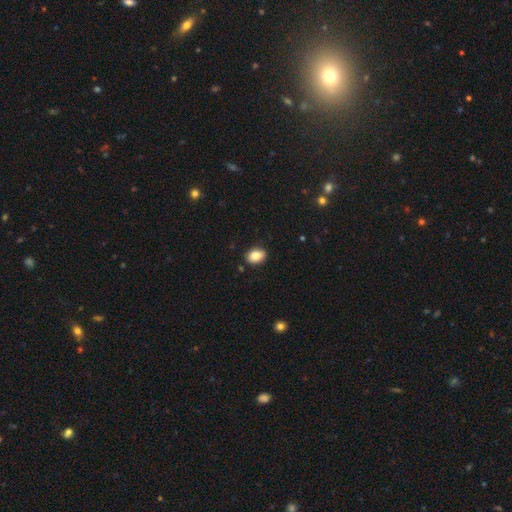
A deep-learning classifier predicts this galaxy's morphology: The model was most divided on "how rounded": in between: 83%, round: 16%, cigar-shaped: 1%. More confident: merging — none (86%); smooth or featured — smooth (86%).